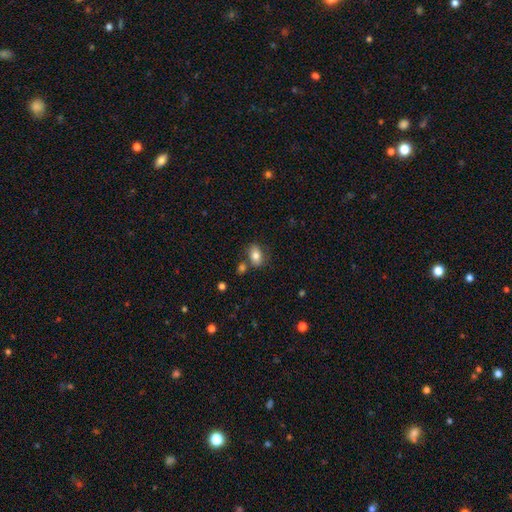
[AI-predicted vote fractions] smooth-or-featured: smooth: 79% | featured or disk: 12% | star or artifact: 9%
  how-rounded: in between: 82% | round: 16% | cigar-shaped: 2%
  merging: none: 67% | merger: 15% | minor disturbance: 14% | major disturbance: 4%